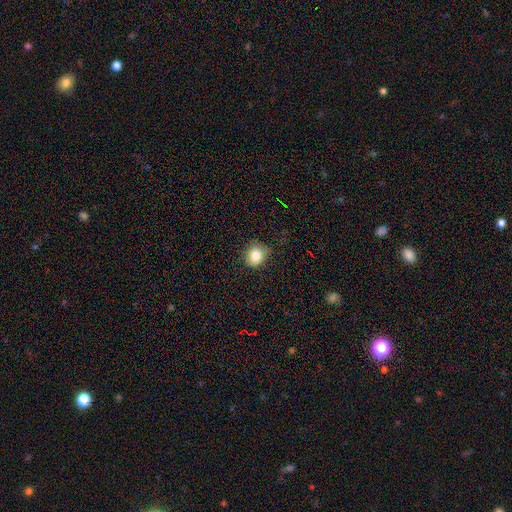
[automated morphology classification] Smooth or featured? Predicted: smooth (p=0.83). How rounded? Predicted: round (p=0.70). Merging? Predicted: none (p=0.74).